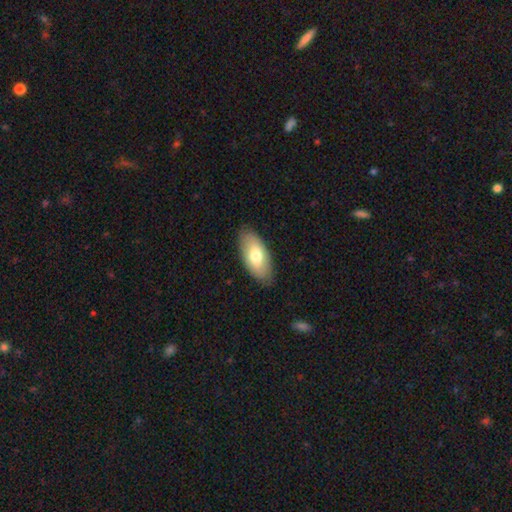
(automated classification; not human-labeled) Smooth or featured: smooth — 71% (featured or disk — 23%)
How rounded: in between — 93% (cigar-shaped — 5%)
Merging: none — 83% (minor disturbance — 13%)